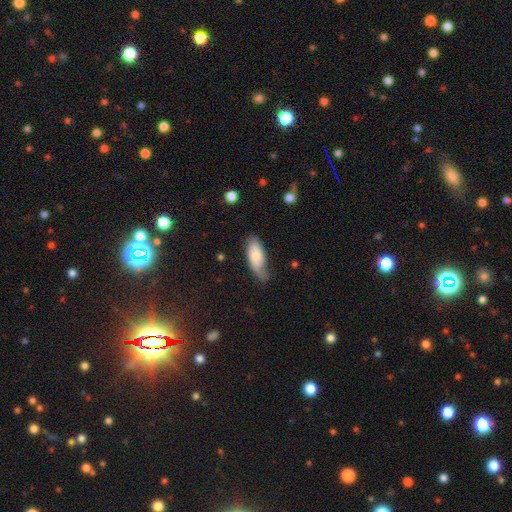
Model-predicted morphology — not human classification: The model was most divided on "merging": none: 52%, minor disturbance: 36%, major disturbance: 10%, merger: 2%. More confident: how rounded — in between (82%); smooth or featured — smooth (71%).